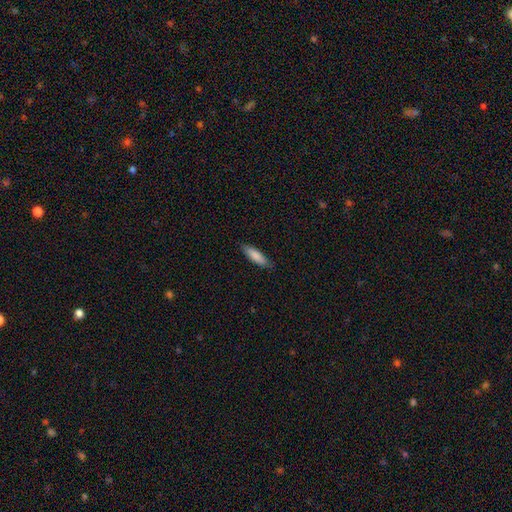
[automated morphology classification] smooth-or-featured: smooth: 85% | featured or disk: 9% | star or artifact: 5%
  how-rounded: cigar-shaped: 56% | in between: 42% | round: 1%
  merging: none: 83% | minor disturbance: 13% | major disturbance: 2% | merger: 1%